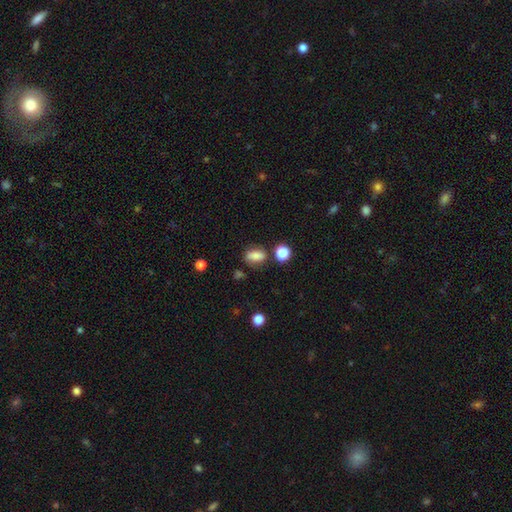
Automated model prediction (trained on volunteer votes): Smooth or featured?
  - smooth: 75% *
  - featured or disk: 14%
  - star or artifact: 11%
How rounded?
  - in between: 75% *
  - round: 20%
  - cigar-shaped: 6%
Merging?
  - none: 70% *
  - minor disturbance: 17%
  - merger: 7%
  - major disturbance: 6%